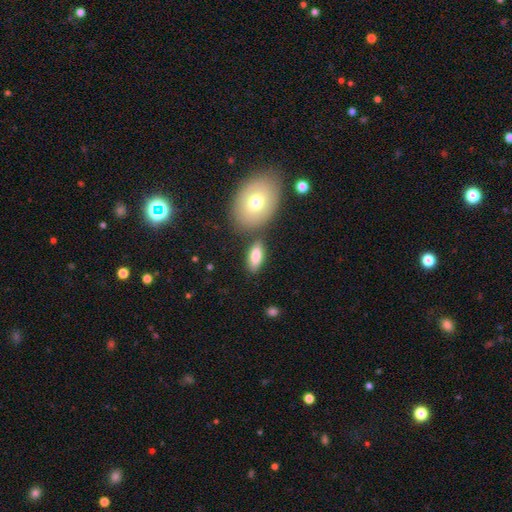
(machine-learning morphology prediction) A smooth galaxy with no disk features (82%) that is in between round and cigar-shaped (84%).

Vote fractions:
- Smooth or featured? smooth: 82% / featured or disk: 12% / star or artifact: 6%
- How rounded? in between: 84% / cigar-shaped: 12% / round: 4%
- Merging? none: 71% / minor disturbance: 13% / merger: 11% / major disturbance: 4%